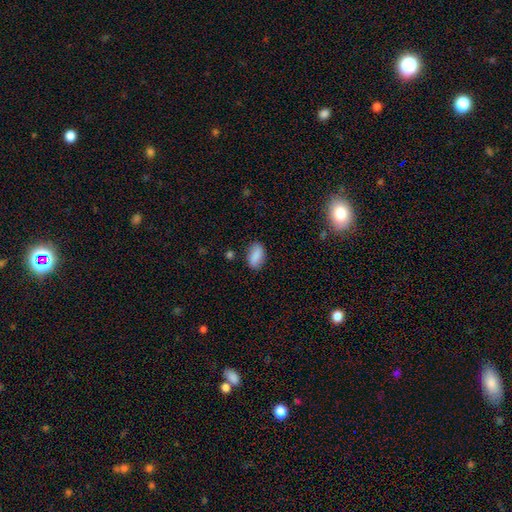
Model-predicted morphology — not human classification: A smooth galaxy with no disk features (85%) that is in between round and cigar-shaped (91%). Merging: none (81%).